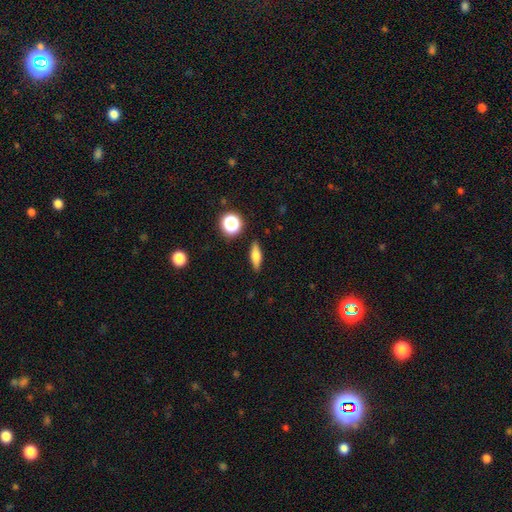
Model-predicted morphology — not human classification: Smooth or featured? smooth (65%)
How rounded? in between (48%)
Merging? none (88%)